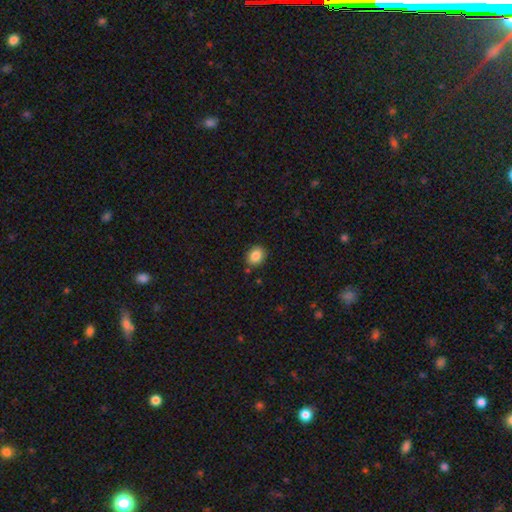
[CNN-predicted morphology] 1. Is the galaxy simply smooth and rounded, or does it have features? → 86% smooth, 9% star or artifact, 5% featured or disk.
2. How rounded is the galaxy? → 56% round, 43% in between, 1% cigar-shaped.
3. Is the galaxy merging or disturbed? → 86% none, 9% minor disturbance, 2% merger, 2% major disturbance.